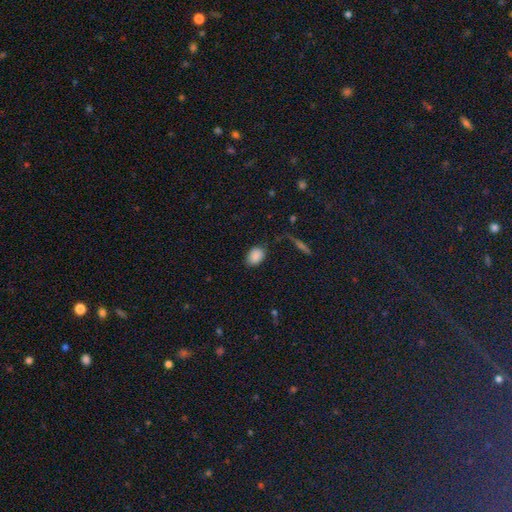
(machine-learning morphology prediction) Smooth or featured: smooth — 87% (star or artifact — 9%)
How rounded: in between — 80% (round — 19%)
Merging: none — 77% (minor disturbance — 16%)